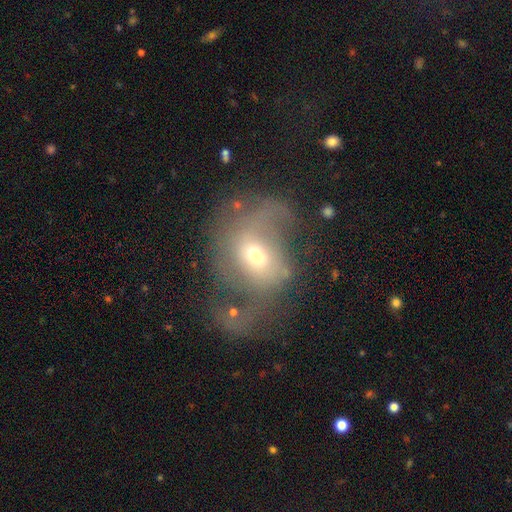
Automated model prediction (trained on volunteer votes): A featured or disk galaxy (54%) with no bar (60%), spiral arms (57%) and a moderate central bulge (55%). Merging: major disturbance (52%).